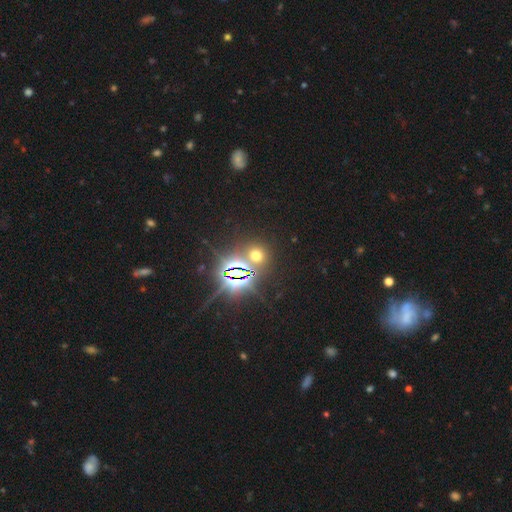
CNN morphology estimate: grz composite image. It shows a star or artifact, not a galaxy (52%).